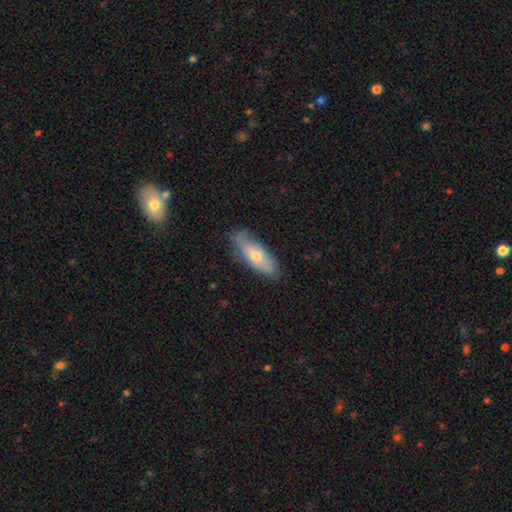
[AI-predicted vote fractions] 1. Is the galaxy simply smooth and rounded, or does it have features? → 62% smooth, 32% featured or disk, 7% star or artifact.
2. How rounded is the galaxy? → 61% in between, 36% cigar-shaped, 2% round.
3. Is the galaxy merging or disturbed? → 72% none, 22% minor disturbance, 5% major disturbance, 2% merger.